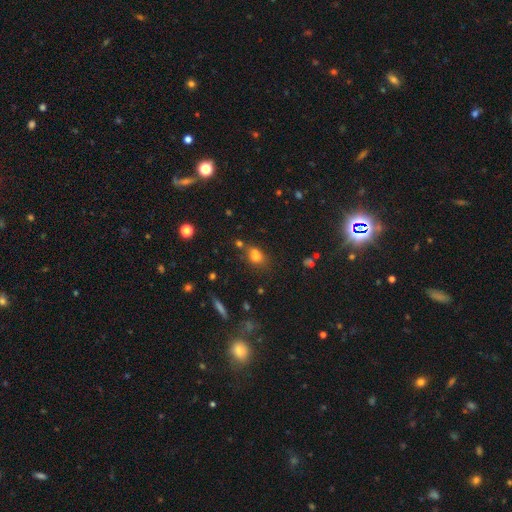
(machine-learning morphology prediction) Smooth or featured? smooth (71%)
How rounded? in between (49%)
Merging? none (43%)